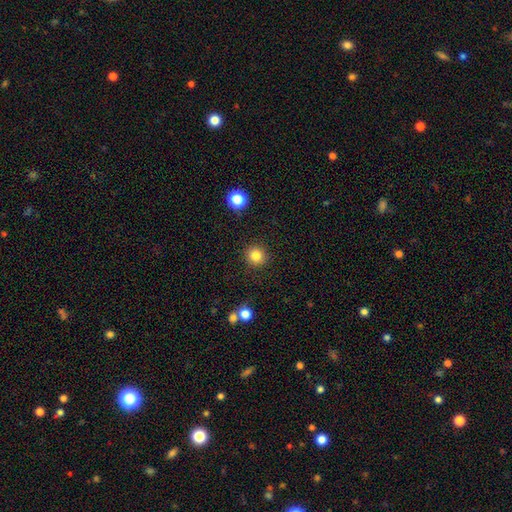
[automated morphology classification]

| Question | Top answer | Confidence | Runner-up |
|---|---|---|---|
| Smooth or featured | smooth | 84% | star or artifact (11%) |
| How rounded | round | 93% | in between (6%) |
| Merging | none | 90% | minor disturbance (6%) |